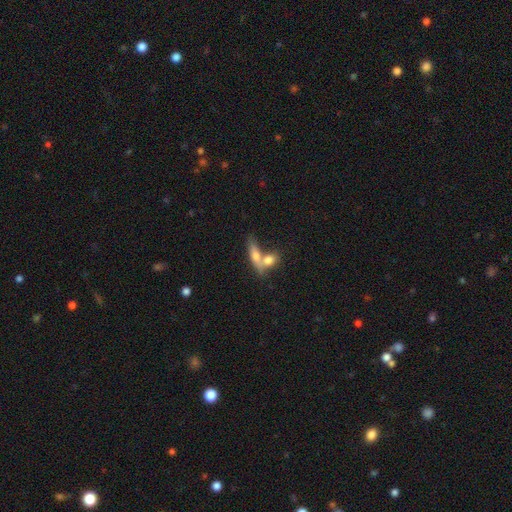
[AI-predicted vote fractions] A smooth galaxy with no disk features (66%) that is in between round and cigar-shaped (52%). Merging: merger (54%).